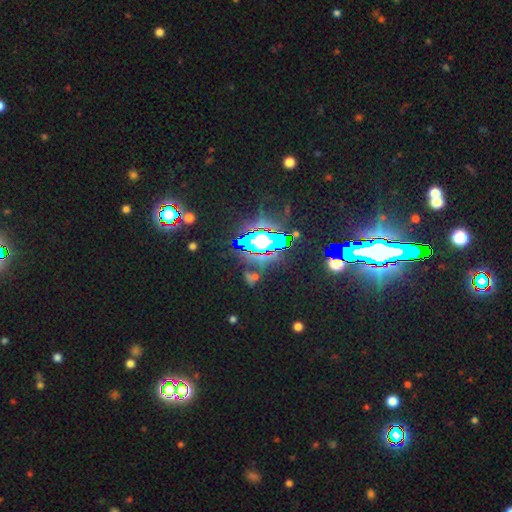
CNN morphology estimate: star or artifact 84%, featured or disk 8%, smooth 8%.